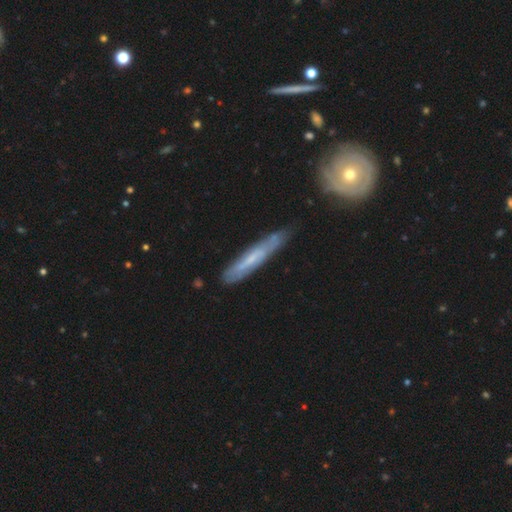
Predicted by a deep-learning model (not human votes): Morphology: type=featured or disk (52%); edge-on=yes (69%); merging=none (74%).